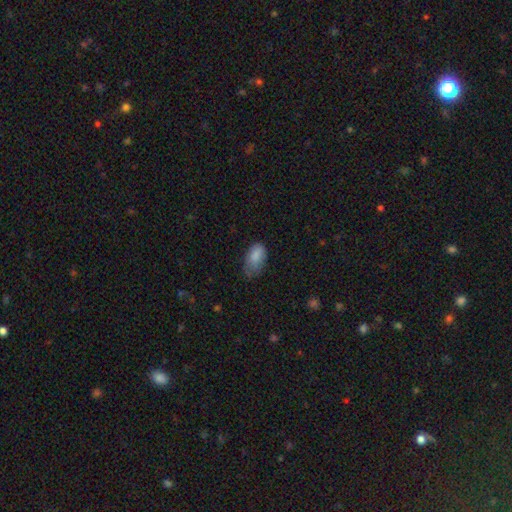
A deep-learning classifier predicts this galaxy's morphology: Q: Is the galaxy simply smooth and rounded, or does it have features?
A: smooth — 85%.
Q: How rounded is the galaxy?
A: in between — 93%.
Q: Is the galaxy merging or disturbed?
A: none — 44%.